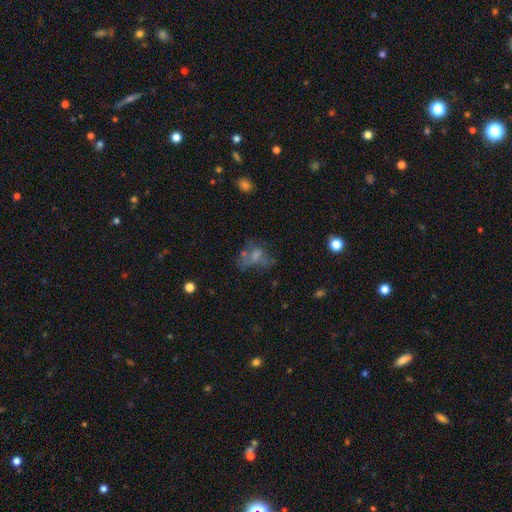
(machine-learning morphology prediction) Smooth or featured: smooth — 50% (featured or disk — 34%)
How rounded: in between — 71% (round — 26%)
Merging: major disturbance — 32% (tied with none — 32%)